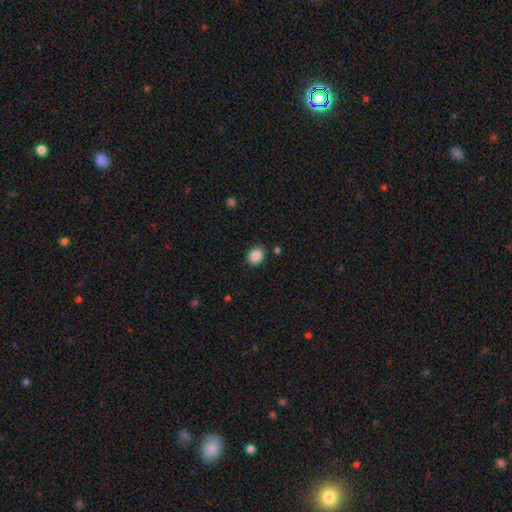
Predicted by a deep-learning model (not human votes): Smooth or featured: smooth — 87% (star or artifact — 9%)
How rounded: round — 55% (in between — 44%)
Merging: none — 87% (minor disturbance — 9%)